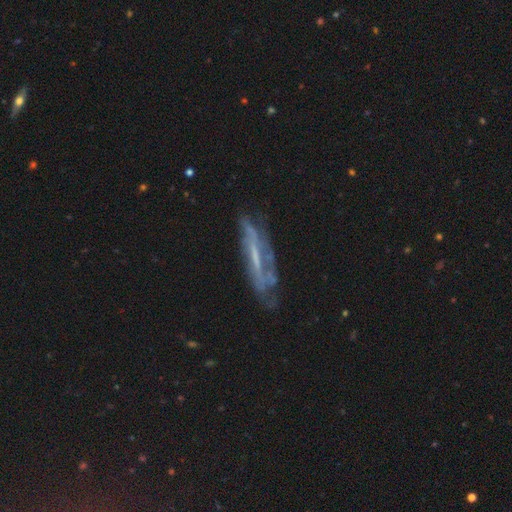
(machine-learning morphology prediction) Smooth or featured?
  - featured or disk: 71% *
  - smooth: 20%
  - star or artifact: 9%
Edge-on disk?
  - no: 58% *
  - yes: 42%
Merging?
  - none: 56% *
  - minor disturbance: 24%
  - major disturbance: 16%
  - merger: 4%